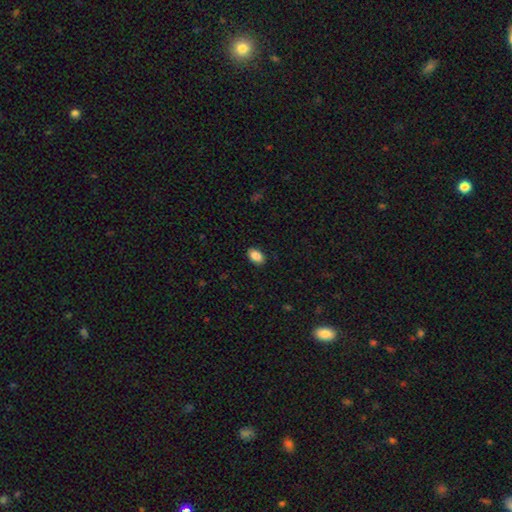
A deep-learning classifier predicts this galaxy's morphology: Smooth or featured: smooth — 87% (star or artifact — 8%)
How rounded: in between — 91% (round — 8%)
Merging: none — 89% (minor disturbance — 8%)